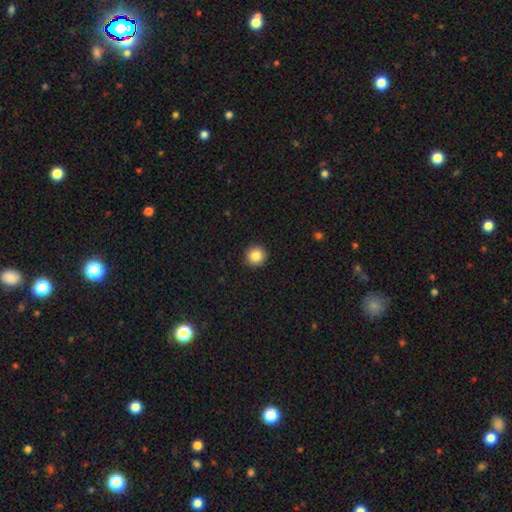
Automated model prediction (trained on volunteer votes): A smooth galaxy with no disk features (86%) that is round (95%).

Vote fractions:
- Smooth or featured? smooth: 86% / star or artifact: 10% / featured or disk: 5%
- How rounded? round: 95% / in between: 4% / cigar-shaped: 1%
- Merging? none: 92% / minor disturbance: 5% / major disturbance: 2% / merger: 1%